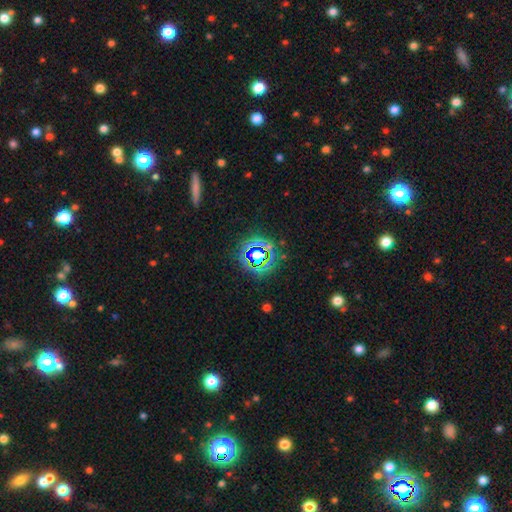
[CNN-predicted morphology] The model was most divided on "smooth or featured": star or artifact: 66%, smooth: 22%, featured or disk: 11%.